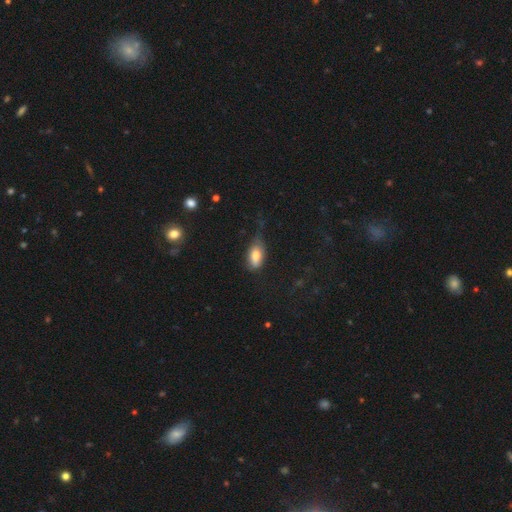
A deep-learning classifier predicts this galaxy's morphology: Overall: smooth (76%). How rounded: in between (88%). Merging: none (45%; minor disturbance 37%).